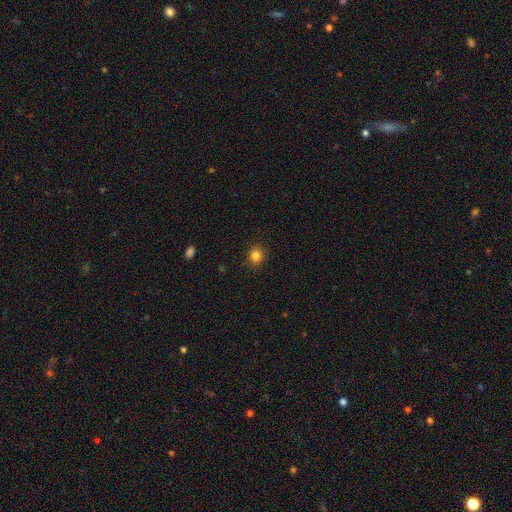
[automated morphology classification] A smooth galaxy with no disk features (84%) that is round (77%). Merging: none (89%).